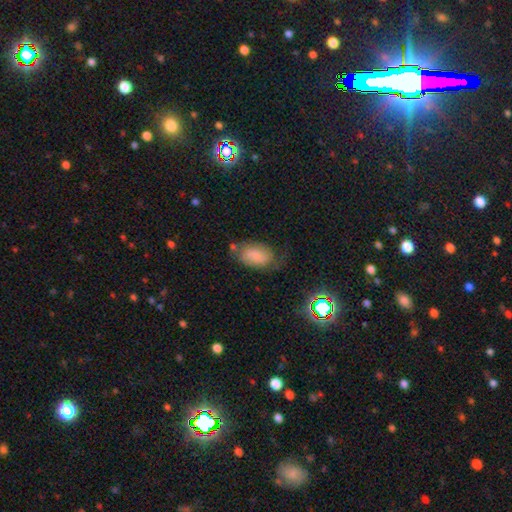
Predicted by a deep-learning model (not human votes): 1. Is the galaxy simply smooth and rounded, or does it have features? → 71% smooth, 20% featured or disk, 10% star or artifact.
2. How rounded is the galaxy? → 91% in between, 8% round, 2% cigar-shaped.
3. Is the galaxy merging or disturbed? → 51% none, 28% minor disturbance, 14% major disturbance, 7% merger.